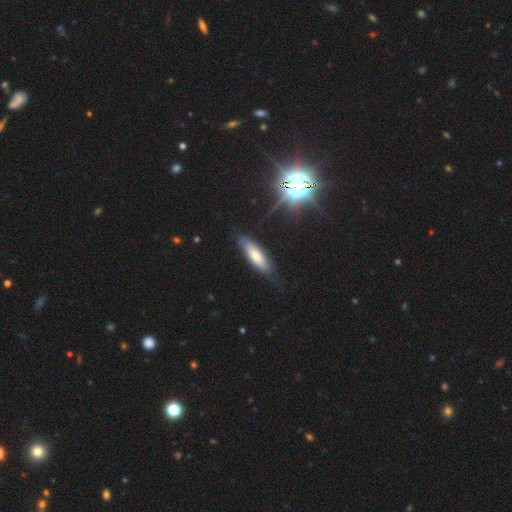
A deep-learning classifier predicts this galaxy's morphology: This appears to be a smooth galaxy with no disk features (63%) that is cigar-shaped (51%). Merging: none (73%).